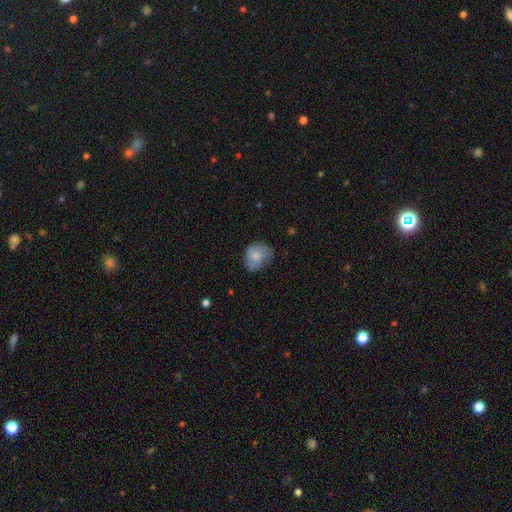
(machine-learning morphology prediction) smooth_or_featured: smooth (p=0.69) [alt: featured or disk p=0.23]
how_rounded: round (p=0.50) [alt: in between p=0.49]
merging: none (p=0.47) [alt: minor disturbance p=0.37]